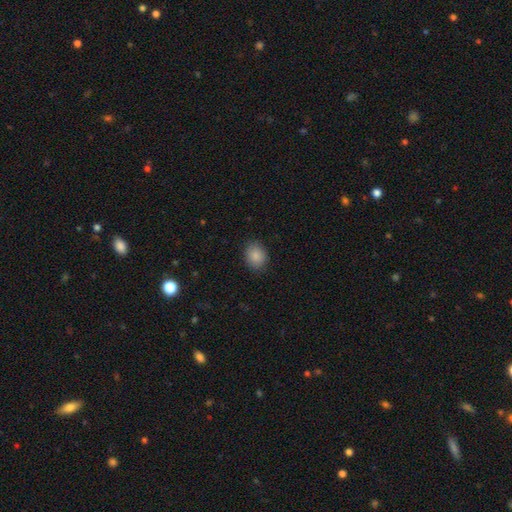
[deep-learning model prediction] Q: Smooth or featured?
A: smooth (87%); runner-up: star or artifact (8%)
Q: How rounded?
A: round (56%); runner-up: in between (43%)
Q: Merging?
A: none (86%); runner-up: minor disturbance (10%)